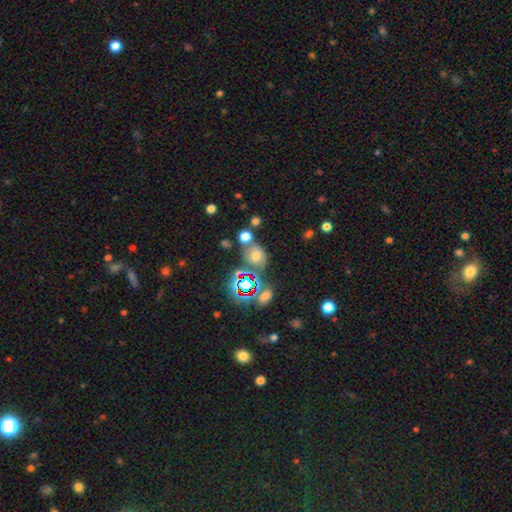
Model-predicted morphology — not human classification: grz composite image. It shows a smooth galaxy with no disk features (52%) that is round (61%). Merging: none (53%).